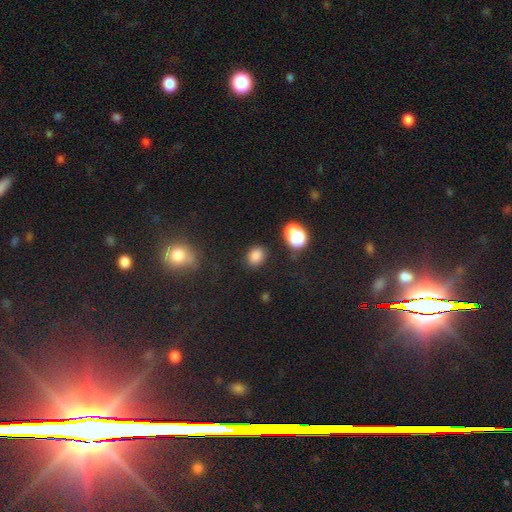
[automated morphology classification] Smooth or featured: smooth — 81% (star or artifact — 14%)
How rounded: in between — 54% (round — 45%)
Merging: none — 81% (minor disturbance — 11%)